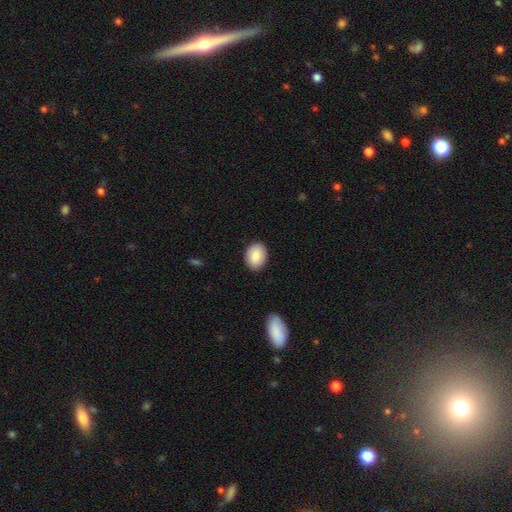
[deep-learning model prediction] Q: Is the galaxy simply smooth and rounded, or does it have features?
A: smooth — 86%.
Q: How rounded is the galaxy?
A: in between — 67%.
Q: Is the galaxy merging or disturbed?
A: none — 89%.